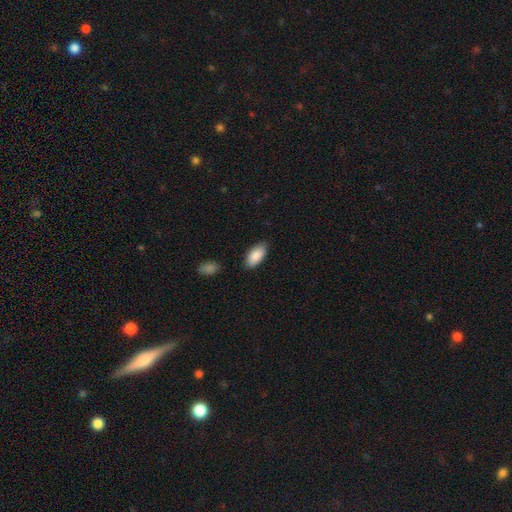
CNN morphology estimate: A smooth galaxy with no disk features (88%) that is in between round and cigar-shaped (92%).

Vote fractions:
- Smooth or featured? smooth: 88% / star or artifact: 6% / featured or disk: 5%
- How rounded? in between: 92% / cigar-shaped: 6% / round: 2%
- Merging? none: 82% / minor disturbance: 13% / major disturbance: 3% / merger: 2%